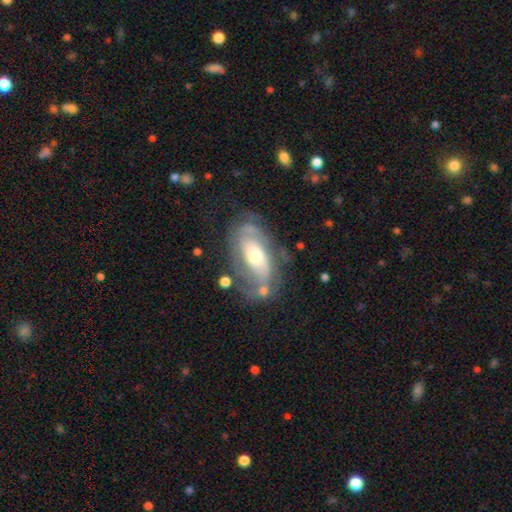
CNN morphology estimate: Smooth or featured?
  - featured or disk: 79% *
  - smooth: 16%
  - star or artifact: 5%
Edge-on disk?
  - no: 93% *
  - yes: 7%
Bar?
  - no: 58% *
  - weak: 28%
  - strong: 14%
Spiral arms?
  - yes: 87% *
  - no: 13%
Spiral winding?
  - tight: 52% *
  - medium: 35%
  - loose: 14%
Spiral arm count?
  - 2: 57% *
  - can't tell: 26%
  - 3: 8%
  - 1: 5%
  - 4: 3%
  - more than 4: 2%
Bulge size?
  - moderate: 61% *
  - small: 26%
  - large: 11%
  - dominant: 1%
  - none: 1%
Merging?
  - none: 64% *
  - minor disturbance: 20%
  - major disturbance: 12%
  - merger: 4%